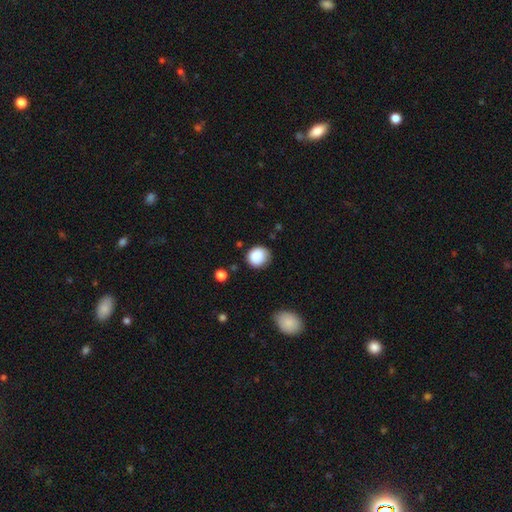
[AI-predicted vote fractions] smooth 87%, star or artifact 8%, featured or disk 5%. Down the decision tree: how rounded — round (84%); merging — none (75%).